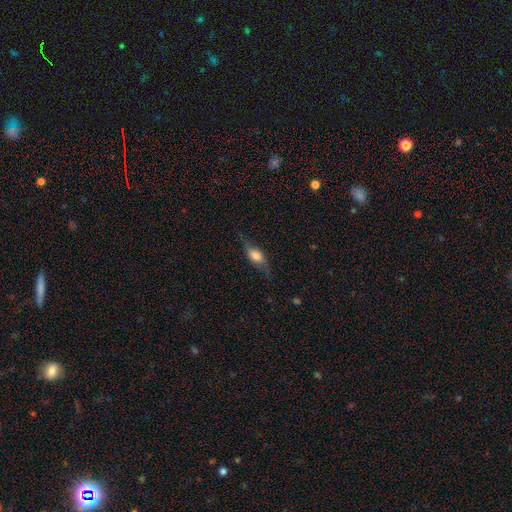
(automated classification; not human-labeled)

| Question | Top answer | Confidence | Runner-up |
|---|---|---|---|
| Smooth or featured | featured or disk | 49% | smooth (43%) |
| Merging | none | 68% | minor disturbance (21%) |